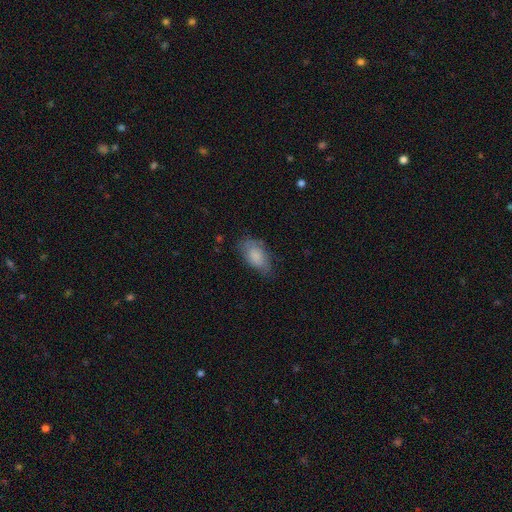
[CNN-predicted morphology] Q: Smooth or featured?
A: smooth (75%); runner-up: featured or disk (18%)
Q: How rounded?
A: in between (92%); runner-up: round (5%)
Q: Merging?
A: none (56%); runner-up: minor disturbance (32%)